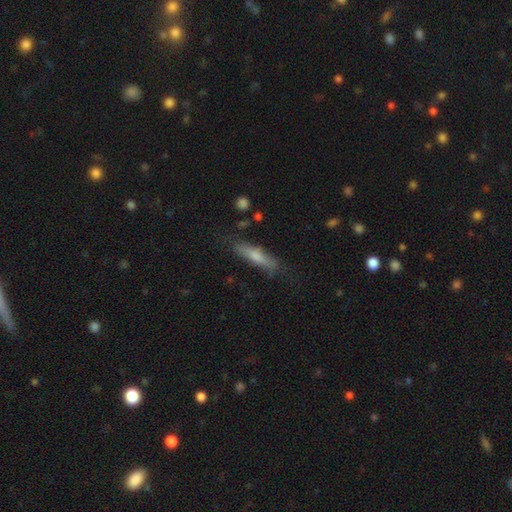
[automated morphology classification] Smooth or featured? Predicted: smooth (p=0.58). How rounded? Predicted: cigar-shaped (p=0.79). Merging? Predicted: none (p=0.73).